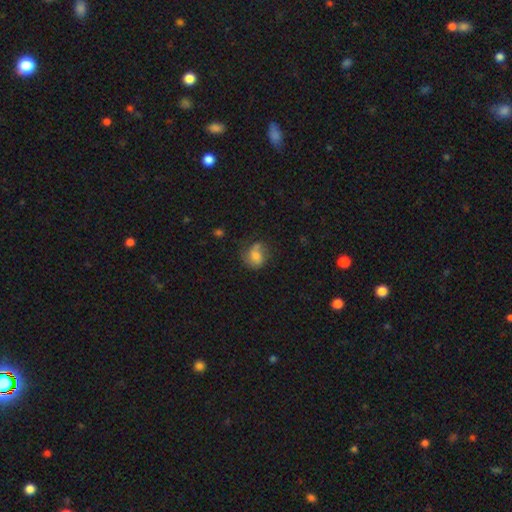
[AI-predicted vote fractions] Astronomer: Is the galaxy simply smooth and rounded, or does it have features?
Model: smooth — 58%.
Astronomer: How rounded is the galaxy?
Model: round — 62% (runner-up: in between, 37%).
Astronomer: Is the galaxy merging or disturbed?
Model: none — 55%.